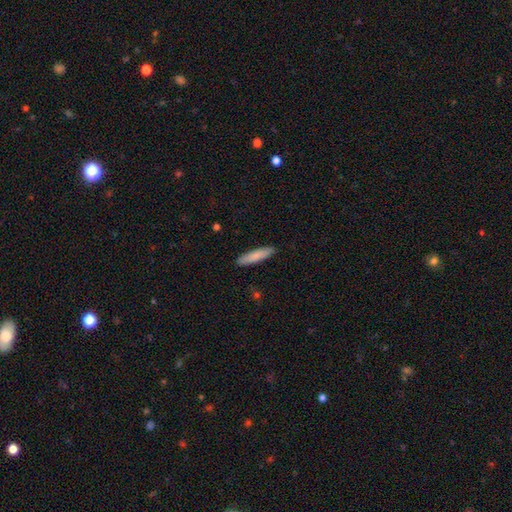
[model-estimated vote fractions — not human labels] smooth 82%, featured or disk 12%, star or artifact 5%. Down the decision tree: how rounded — cigar-shaped (83%); merging — none (90%).